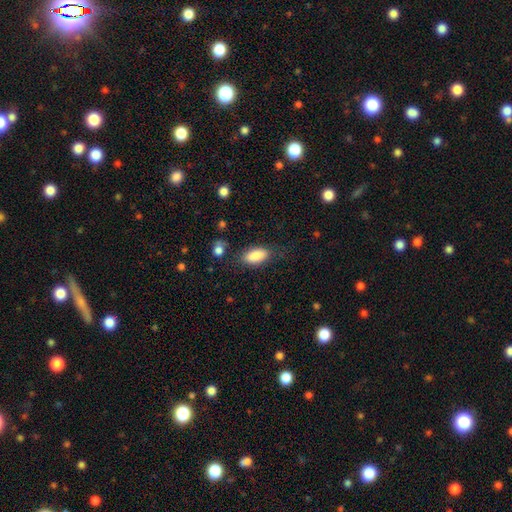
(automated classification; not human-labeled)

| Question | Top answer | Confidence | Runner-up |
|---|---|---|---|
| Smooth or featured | smooth | 88% | star or artifact (7%) |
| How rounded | in between | 88% | cigar-shaped (9%) |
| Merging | none | 75% | minor disturbance (16%) |